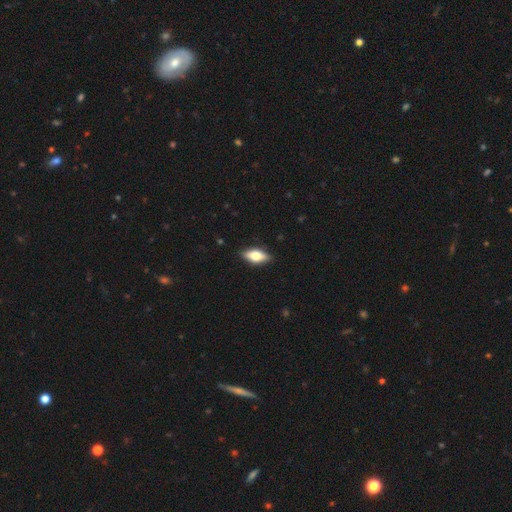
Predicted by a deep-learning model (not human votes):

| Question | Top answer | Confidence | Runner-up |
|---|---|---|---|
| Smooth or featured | smooth | 63% | featured or disk (30%) |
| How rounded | in between | 80% | cigar-shaped (16%) |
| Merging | none | 87% | minor disturbance (10%) |